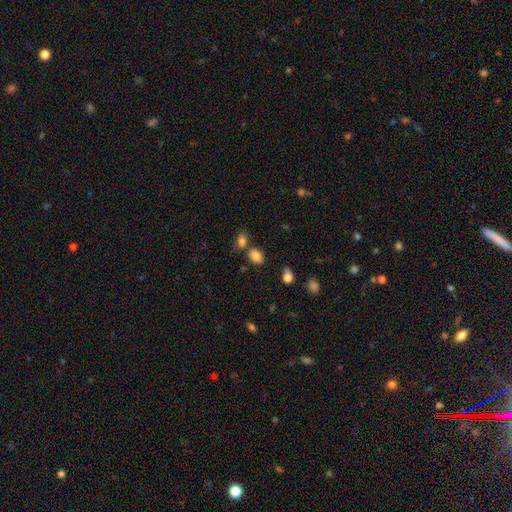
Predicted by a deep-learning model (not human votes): Morphology: type=smooth (83%); roundness=in between (79%); merging=none (63%).